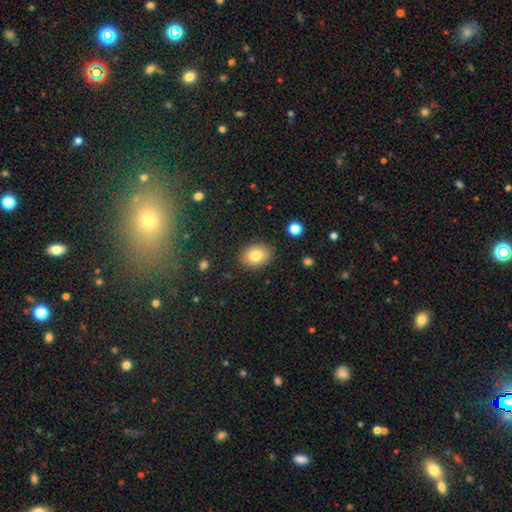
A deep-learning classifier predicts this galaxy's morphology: smooth-or-featured: smooth: 80% | featured or disk: 10% | star or artifact: 9%
  how-rounded: in between: 60% | round: 39% | cigar-shaped: 1%
  merging: none: 87% | minor disturbance: 9% | major disturbance: 2% | merger: 1%